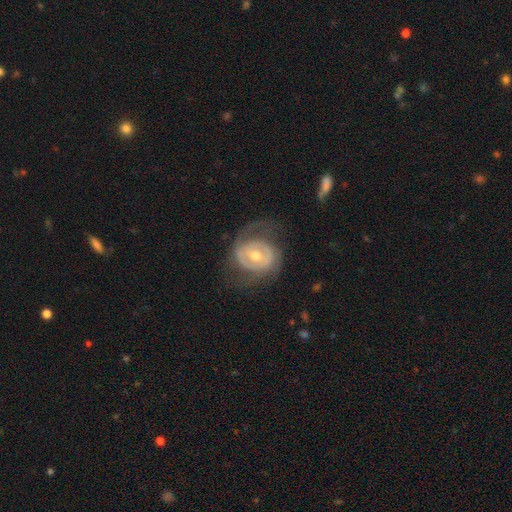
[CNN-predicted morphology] smooth_or_featured: featured or disk (p=0.76) [alt: smooth p=0.18]
disk_edge_on: no (p=0.97) [alt: yes p=0.03]
bar: no (p=0.48) [alt: weak p=0.35]
has_spiral_arms: yes (p=0.72) [alt: no p=0.28]
spiral_winding: tight (p=0.47) [alt: medium p=0.34]
spiral_arm_count: 2 (p=0.58) [alt: can't tell p=0.23]
bulge_size: moderate (p=0.67) [alt: small p=0.28]
merging: none (p=0.58) [alt: major disturbance p=0.21]